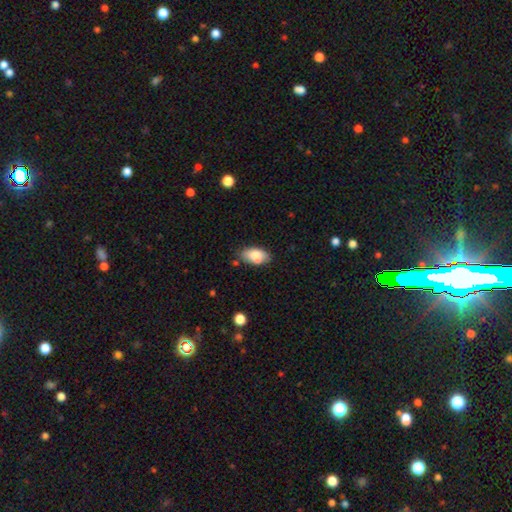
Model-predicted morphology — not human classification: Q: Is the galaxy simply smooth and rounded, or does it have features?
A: smooth — 80%.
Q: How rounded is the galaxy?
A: in between — 93%.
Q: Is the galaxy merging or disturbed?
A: none — 69%.